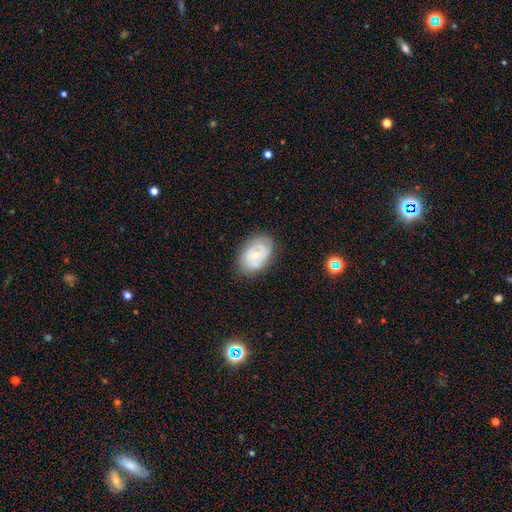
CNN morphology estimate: smooth-or-featured: featured or disk: 58% | smooth: 35% | star or artifact: 7%
  disk-edge-on: no: 95% | yes: 5%
    bar: no: 77% | weak: 19% | strong: 4%
    has-spiral-arms: yes: 58% | no: 42%
    bulge-size: small: 48% | moderate: 47% | large: 2% | none: 2% | dominant: 1%
  merging: none: 74% | minor disturbance: 18% | major disturbance: 6% | merger: 1%